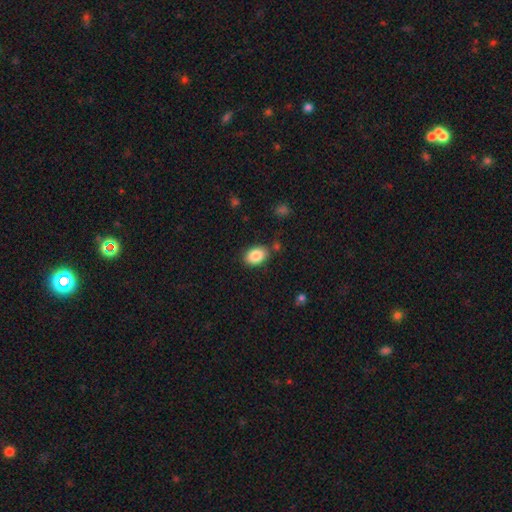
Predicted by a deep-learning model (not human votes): Smooth or featured: smooth — 86% (star or artifact — 8%)
How rounded: in between — 84% (round — 15%)
Merging: none — 82% (minor disturbance — 11%)